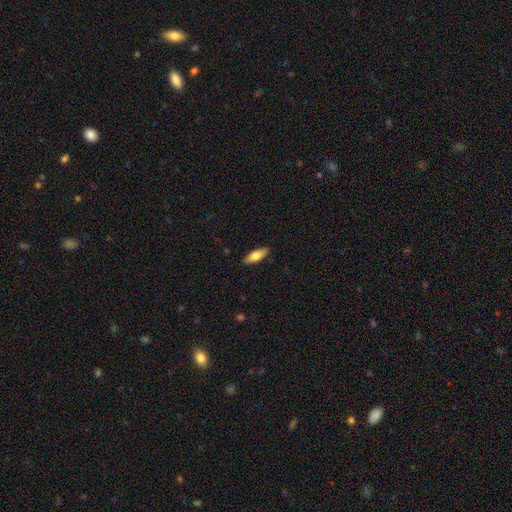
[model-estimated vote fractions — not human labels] Morphology: type=smooth (73%); roundness=in between (62%); merging=none (89%).